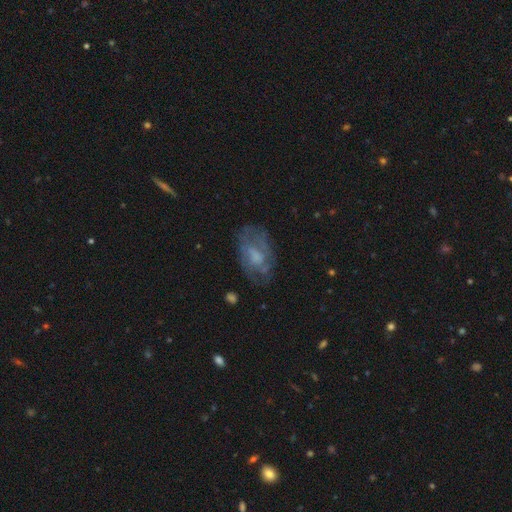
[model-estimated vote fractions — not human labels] Q: Smooth or featured?
A: featured or disk (57%); runner-up: smooth (34%)
Q: Edge-on disk?
A: no (95%); runner-up: yes (5%)
Q: Bar?
A: no (65%); runner-up: weak (30%)
Q: Spiral arms?
A: yes (56%); runner-up: no (44%)
Q: Bulge size?
A: moderate (35%); runner-up: none (30%)
Q: Merging?
A: none (60%); runner-up: minor disturbance (23%)